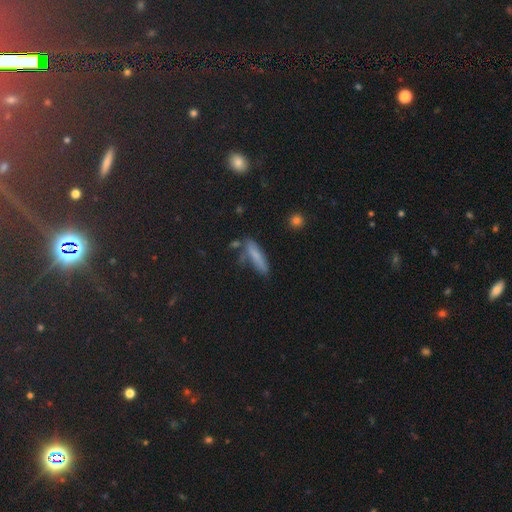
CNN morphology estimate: Smooth or featured? smooth (66%)
How rounded? cigar-shaped (71%)
Merging? none (60%)